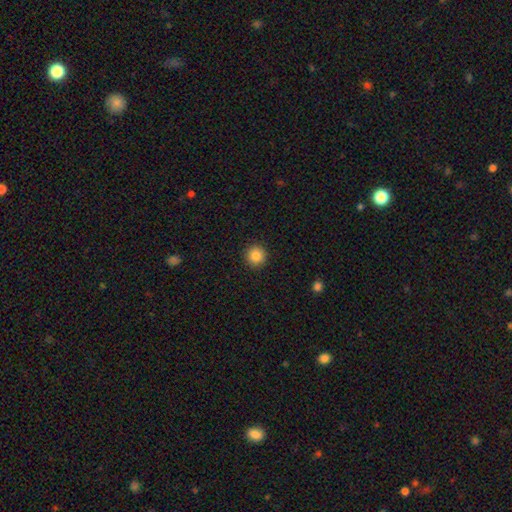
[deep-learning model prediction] The model was most divided on "smooth or featured": smooth: 85%, star or artifact: 10%, featured or disk: 5%. More confident: how rounded — round (95%); merging — none (92%).